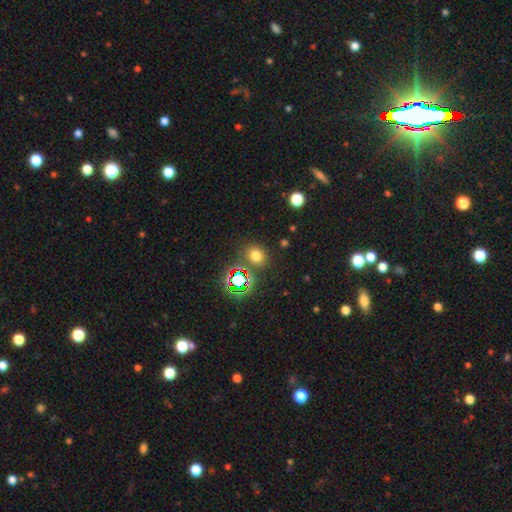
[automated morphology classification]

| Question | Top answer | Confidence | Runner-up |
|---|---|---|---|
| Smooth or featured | smooth | 65% | star or artifact (28%) |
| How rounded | round | 65% | in between (34%) |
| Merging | none | 79% | minor disturbance (10%) |